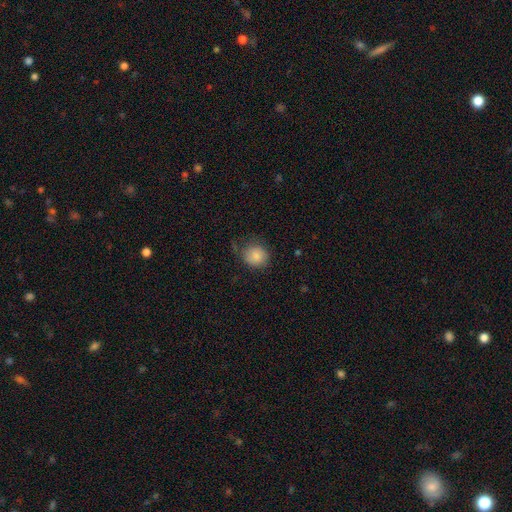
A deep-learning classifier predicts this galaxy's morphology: Smooth or featured? Predicted: smooth (p=0.84). How rounded? Predicted: round (p=0.78). Merging? Predicted: none (p=0.66).